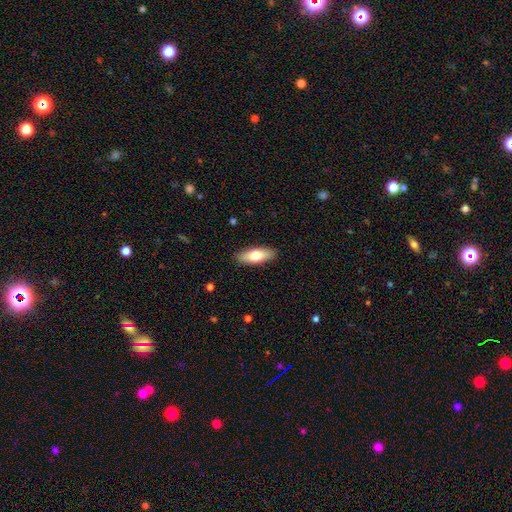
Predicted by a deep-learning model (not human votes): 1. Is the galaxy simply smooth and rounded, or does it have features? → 71% smooth, 23% featured or disk, 6% star or artifact.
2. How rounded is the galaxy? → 69% in between, 28% cigar-shaped, 2% round.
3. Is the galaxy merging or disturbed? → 90% none, 8% minor disturbance, 2% major disturbance, 1% merger.